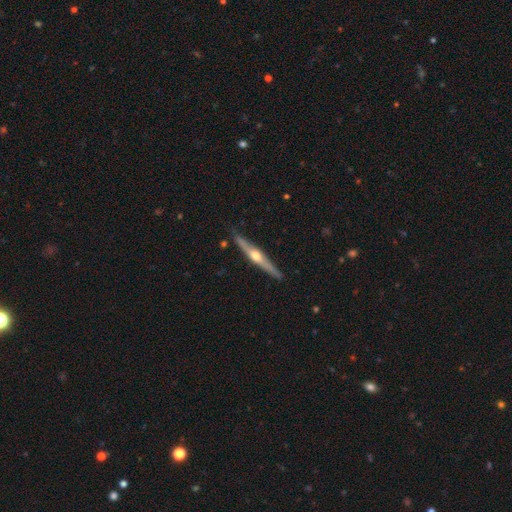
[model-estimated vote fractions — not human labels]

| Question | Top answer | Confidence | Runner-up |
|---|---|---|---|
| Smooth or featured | featured or disk | 74% | smooth (21%) |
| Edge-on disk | yes | 97% | no (3%) |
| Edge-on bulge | rounded | 92% | none (5%) |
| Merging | none | 88% | minor disturbance (9%) |